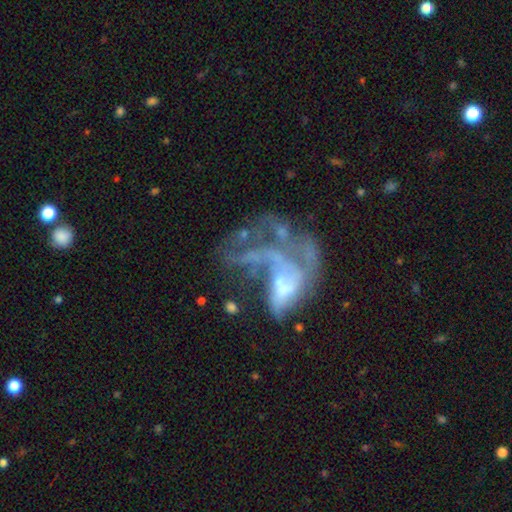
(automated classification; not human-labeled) A featured or disk galaxy (72%) with no bar (69%), spiral arms (53%) and no central bulge (40%). Merging: major disturbance (51%).